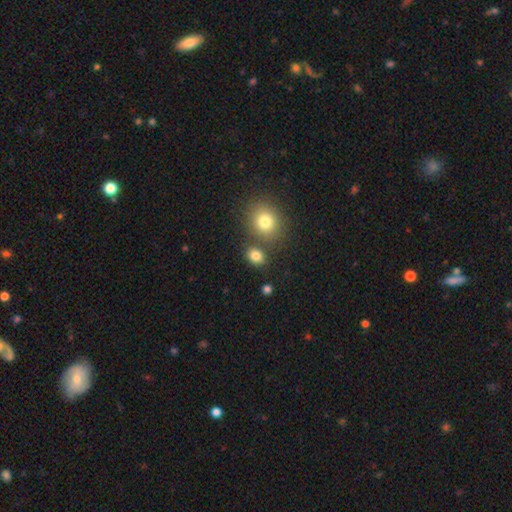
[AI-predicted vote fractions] smooth 82%, star or artifact 12%, featured or disk 6%. Down the decision tree: how rounded — in between (51%); merging — none (72%).